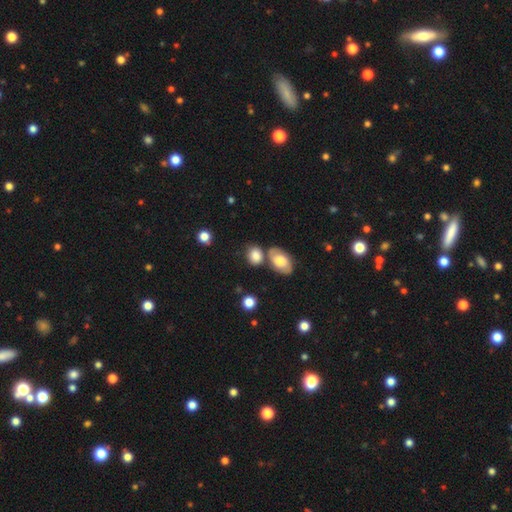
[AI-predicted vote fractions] This is likely a smooth galaxy (78%). How rounded: likely in between (61%). Merging: possibly none (56%).